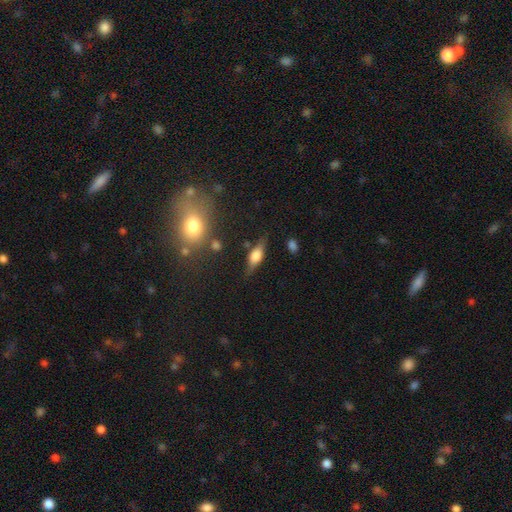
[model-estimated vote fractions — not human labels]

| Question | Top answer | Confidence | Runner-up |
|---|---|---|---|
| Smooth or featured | featured or disk | 51% | smooth (41%) |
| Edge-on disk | yes | 91% | no (9%) |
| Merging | none | 76% | minor disturbance (16%) |